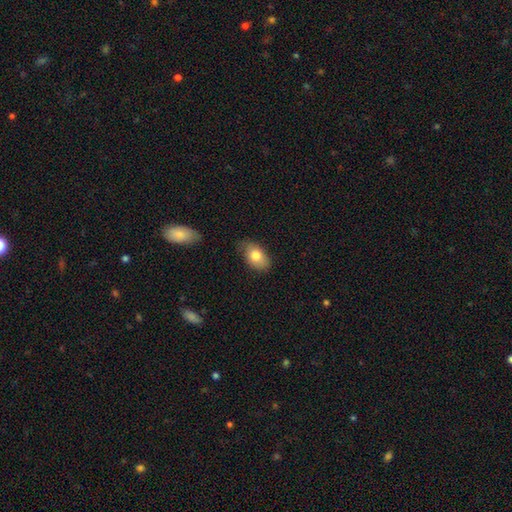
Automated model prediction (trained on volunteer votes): Smooth or featured? smooth (79%)
How rounded? in between (88%)
Merging? none (72%)